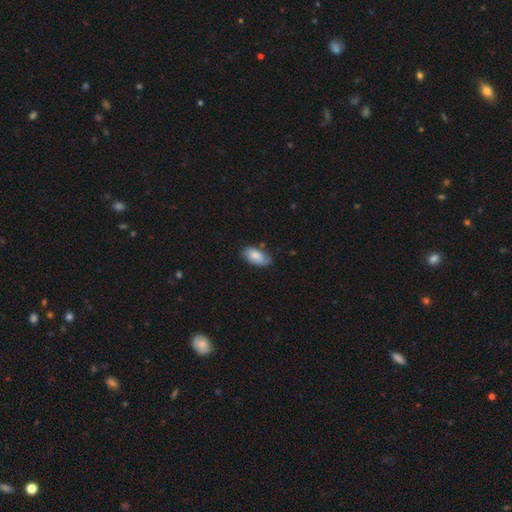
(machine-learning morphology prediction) The model was most divided on "merging": none: 65%, minor disturbance: 27%, major disturbance: 5%, merger: 2%. More confident: how rounded — in between (93%); smooth or featured — smooth (76%).